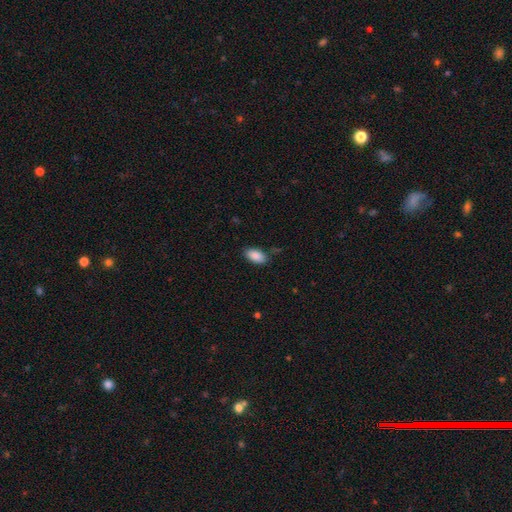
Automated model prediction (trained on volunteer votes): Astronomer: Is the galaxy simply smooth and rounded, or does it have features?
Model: smooth — 89%.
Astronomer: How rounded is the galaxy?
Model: in between — 94%.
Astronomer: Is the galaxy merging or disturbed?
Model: none — 82%.